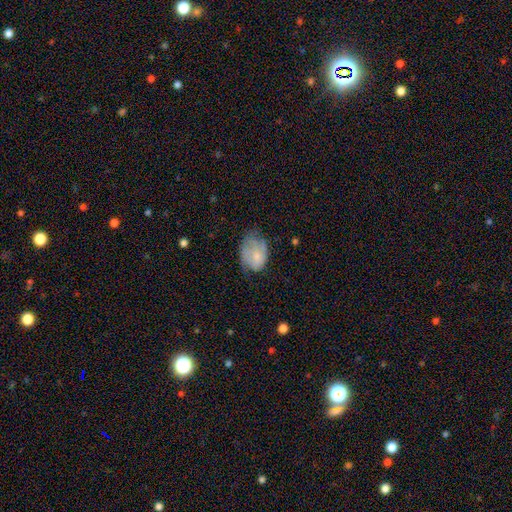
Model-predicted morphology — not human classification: Q: Smooth or featured?
A: smooth (57%); runner-up: featured or disk (36%)
Q: How rounded?
A: in between (74%); runner-up: round (25%)
Q: Merging?
A: none (39%); runner-up: minor disturbance (38%)